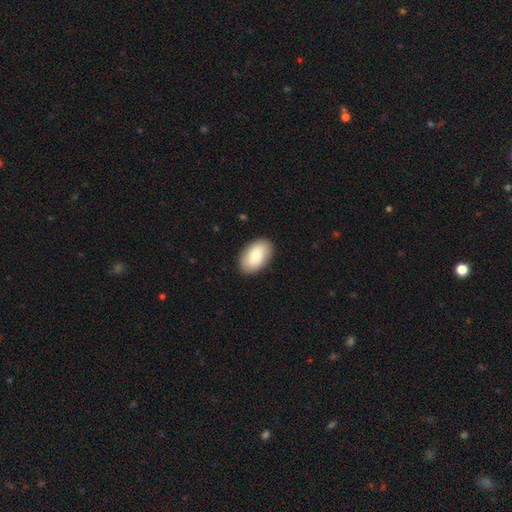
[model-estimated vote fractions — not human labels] smooth 80%, featured or disk 15%, star or artifact 6%. Down the decision tree: how rounded — in between (93%); merging — none (89%).